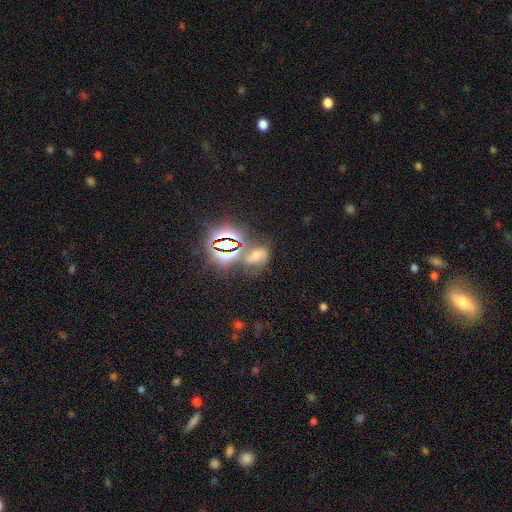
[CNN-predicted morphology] star or artifact 43%, smooth 32%, featured or disk 25%.